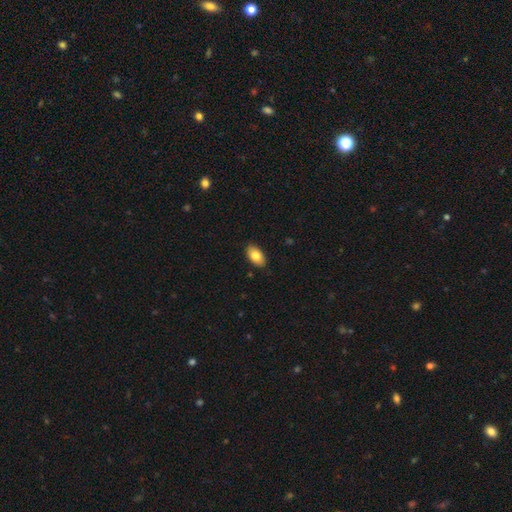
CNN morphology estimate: Q: Smooth or featured?
A: smooth (81%); runner-up: featured or disk (12%)
Q: How rounded?
A: in between (94%); runner-up: round (4%)
Q: Merging?
A: none (87%); runner-up: minor disturbance (10%)